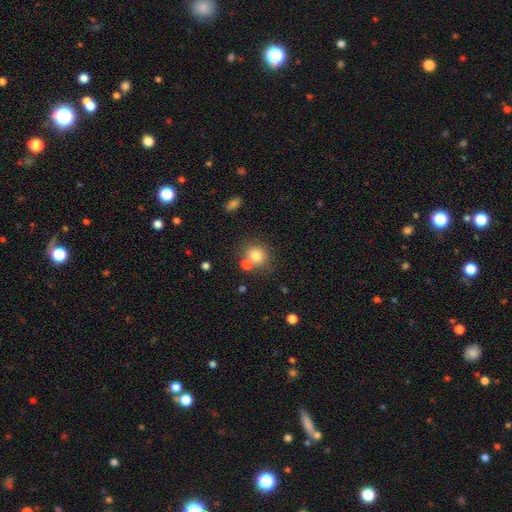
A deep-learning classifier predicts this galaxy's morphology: A smooth galaxy with no disk features (80%) that is round (76%).

Vote fractions:
- Smooth or featured? smooth: 80% / star or artifact: 11% / featured or disk: 9%
- How rounded? round: 76% / in between: 23% / cigar-shaped: 1%
- Merging? none: 62% / merger: 23% / minor disturbance: 11% / major disturbance: 4%